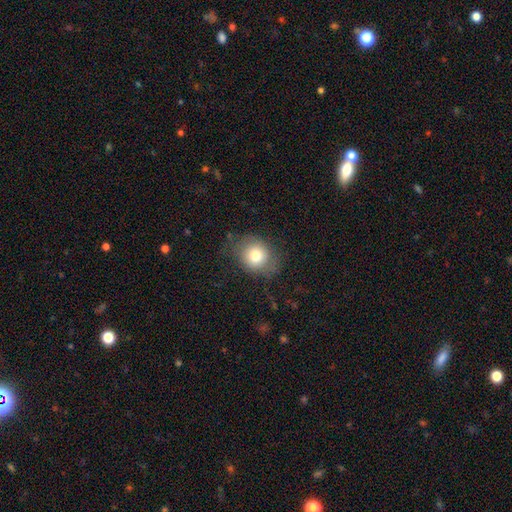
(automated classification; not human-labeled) Overall: smooth (77%). How rounded: round (67%; in between 32%). Merging: none (70%).